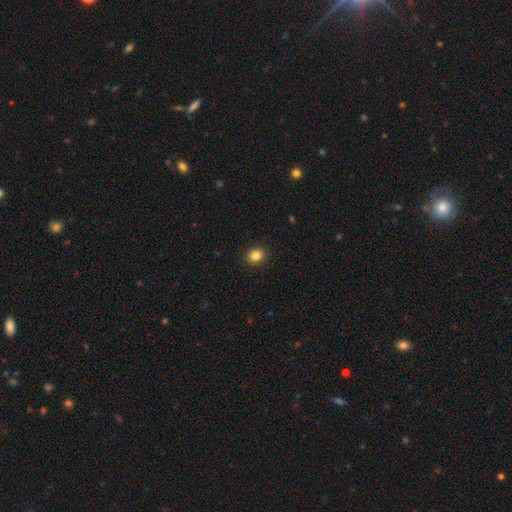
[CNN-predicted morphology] Overall: smooth (85%). How rounded: round (53%; in between 46%). Merging: none (91%).